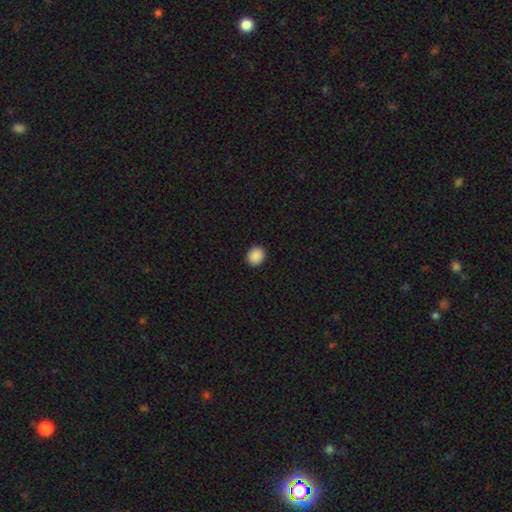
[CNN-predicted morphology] Overall: smooth (90%). How rounded: round (70%). Merging: none (92%).